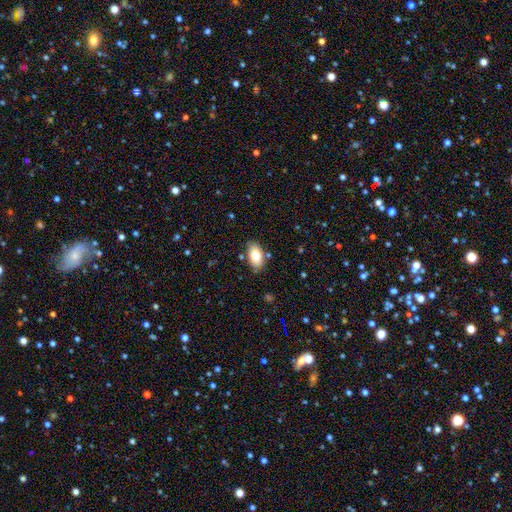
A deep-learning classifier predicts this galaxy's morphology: Smooth or featured: smooth — 77% (featured or disk — 15%)
How rounded: in between — 92% (round — 5%)
Merging: none — 83% (minor disturbance — 12%)